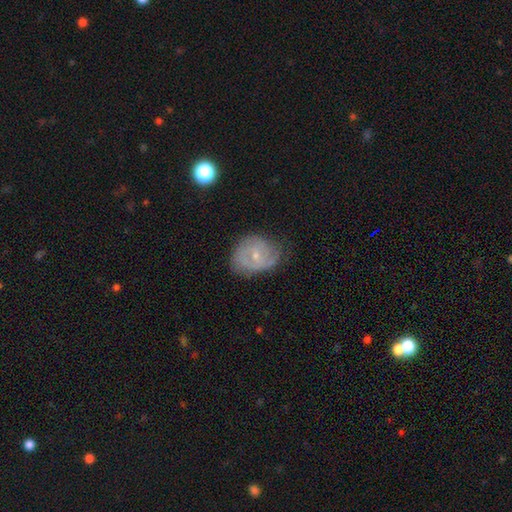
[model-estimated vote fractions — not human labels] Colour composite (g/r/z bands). It shows a featured or disk galaxy (69%) with a weak bar (47%), 2 (46%) tight (51%) spiral arms (83%) and a small central bulge (65%). Merging: none (60%).